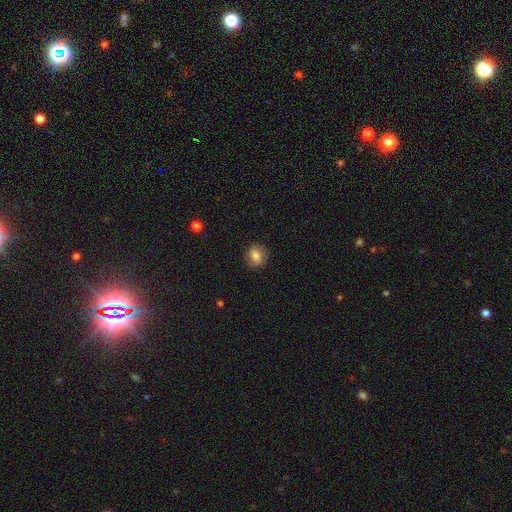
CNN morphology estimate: smooth_or_featured: smooth (p=0.76) [alt: featured or disk p=0.15]
how_rounded: round (p=0.51) [alt: in between p=0.47]
merging: none (p=0.81) [alt: minor disturbance p=0.14]